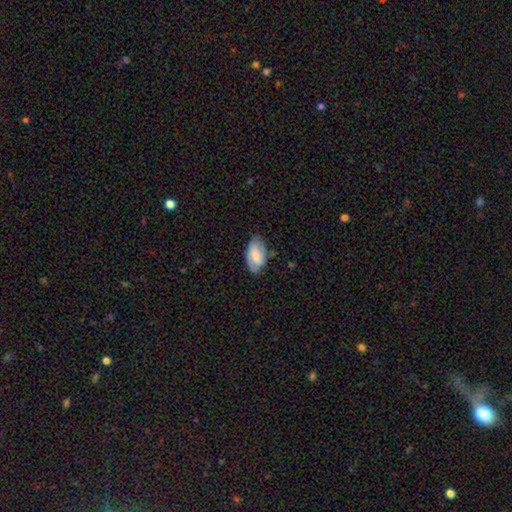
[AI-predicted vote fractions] Smooth or featured?
  - smooth: 61% *
  - featured or disk: 33%
  - star or artifact: 6%
How rounded?
  - in between: 93% *
  - round: 4%
  - cigar-shaped: 2%
Merging?
  - none: 68% *
  - minor disturbance: 26%
  - major disturbance: 5%
  - merger: 1%